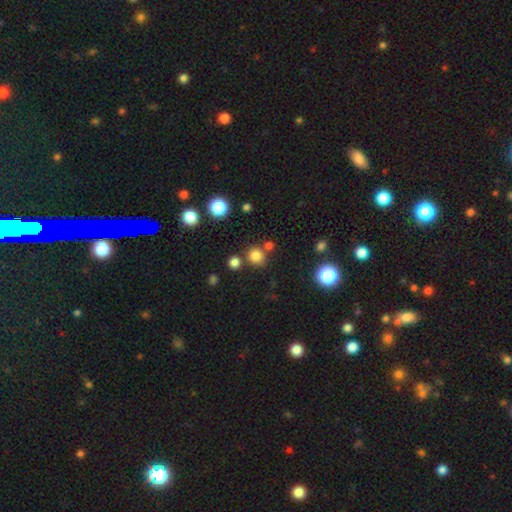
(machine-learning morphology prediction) Q: Smooth or featured?
A: smooth (79%); runner-up: star or artifact (16%)
Q: How rounded?
A: round (90%); runner-up: in between (9%)
Q: Merging?
A: none (76%); runner-up: merger (12%)